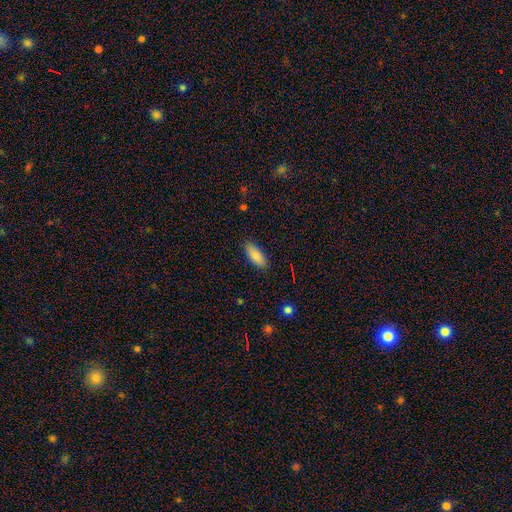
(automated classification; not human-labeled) Smooth or featured? smooth (87%)
How rounded? in between (77%)
Merging? none (87%)